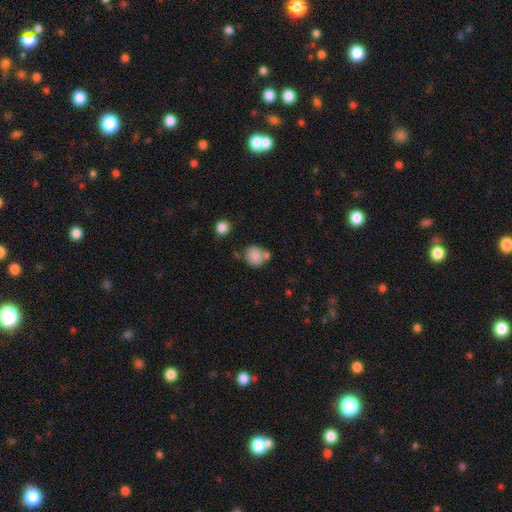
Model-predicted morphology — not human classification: This is clearly a smooth galaxy (84%). How rounded: clearly round (81%). Merging: possibly none (59%).